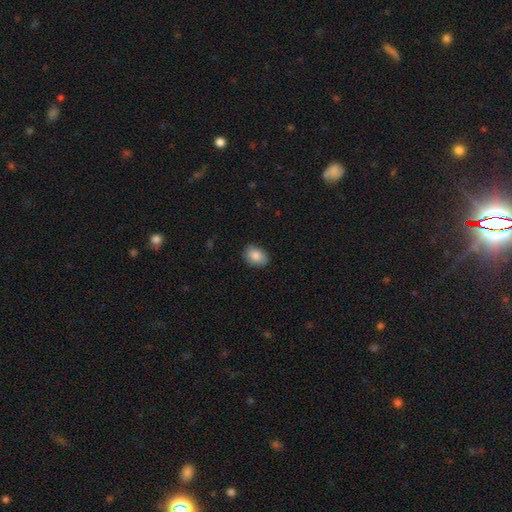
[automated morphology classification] This appears to be a smooth galaxy with no disk features (87%) that is in between round and cigar-shaped (74%). Merging: none (83%).